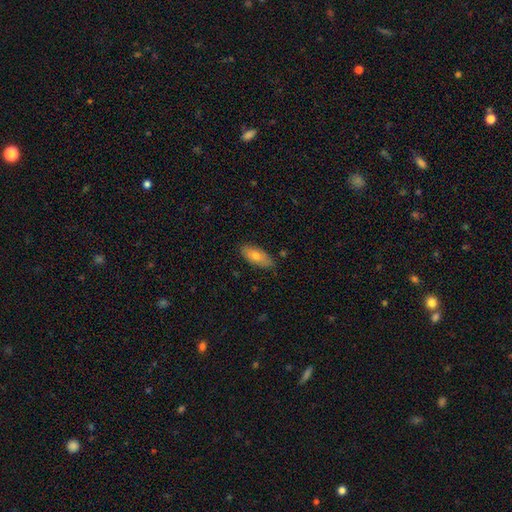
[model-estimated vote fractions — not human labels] A smooth galaxy with no disk features (67%) that is in between round and cigar-shaped (79%).

Vote fractions:
- Smooth or featured? smooth: 67% / featured or disk: 25% / star or artifact: 7%
- How rounded? in between: 79% / cigar-shaped: 19% / round: 3%
- Merging? none: 84% / minor disturbance: 13% / major disturbance: 2% / merger: 1%